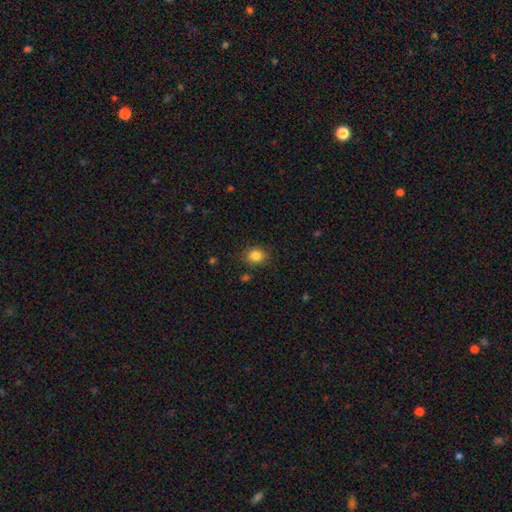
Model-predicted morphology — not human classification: smooth-or-featured: smooth: 84% | star or artifact: 11% | featured or disk: 5%
  how-rounded: round: 69% | in between: 30% | cigar-shaped: 1%
  merging: none: 84% | minor disturbance: 11% | major disturbance: 3% | merger: 2%